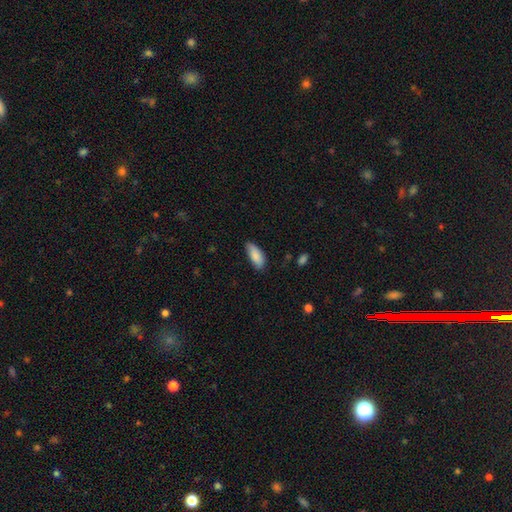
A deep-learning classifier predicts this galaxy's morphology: smooth_or_featured: smooth (p=0.86) [alt: featured or disk p=0.08]
how_rounded: in between (p=0.83) [alt: cigar-shaped p=0.15]
merging: none (p=0.70) [alt: minor disturbance p=0.25]